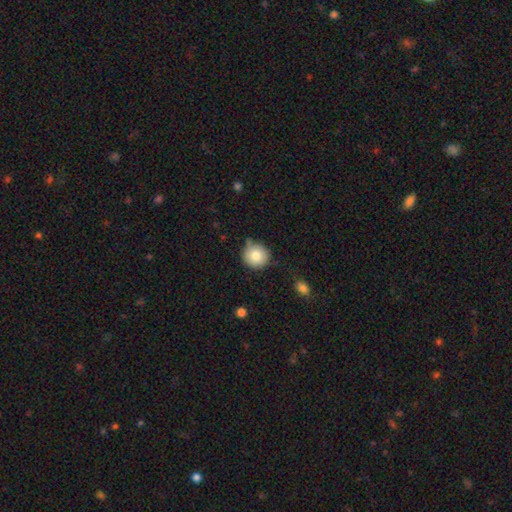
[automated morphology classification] smooth-or-featured: smooth: 80% | featured or disk: 10% | star or artifact: 9%
  how-rounded: round: 93% | in between: 6% | cigar-shaped: 1%
  merging: none: 75% | minor disturbance: 17% | merger: 4% | major disturbance: 3%